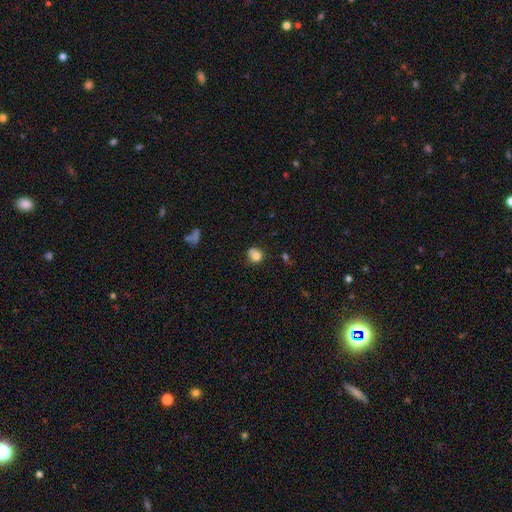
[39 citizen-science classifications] smooth 82%, featured or disk 10%, star or artifact 8%. Down the decision tree: how rounded — round (75%); merging — none (47%).